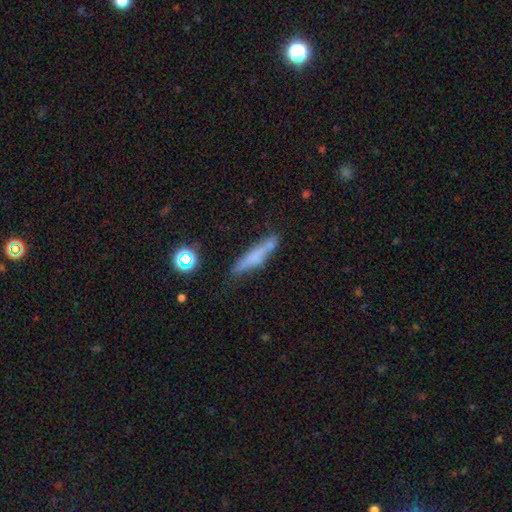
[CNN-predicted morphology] This appears to be a smooth galaxy with no disk features (59%) that is cigar-shaped (87%). Merging: none (66%).